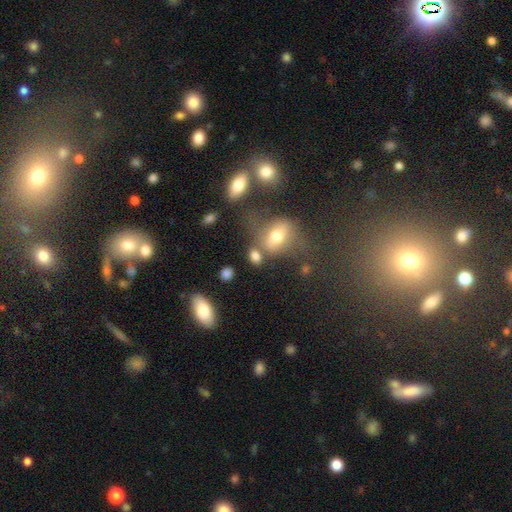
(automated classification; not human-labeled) Smooth or featured? Predicted: smooth (p=0.74). How rounded? Predicted: in between (p=0.64). Merging? Predicted: none (p=0.55).